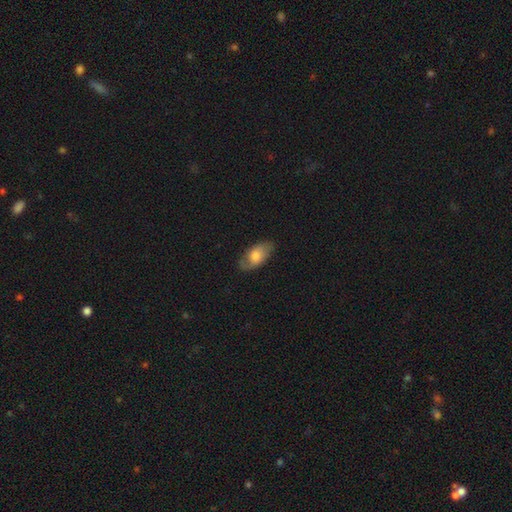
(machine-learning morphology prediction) smooth-or-featured: smooth: 59% | featured or disk: 34% | star or artifact: 7%
  how-rounded: in between: 91% | round: 5% | cigar-shaped: 4%
  merging: none: 73% | minor disturbance: 20% | major disturbance: 6% | merger: 1%